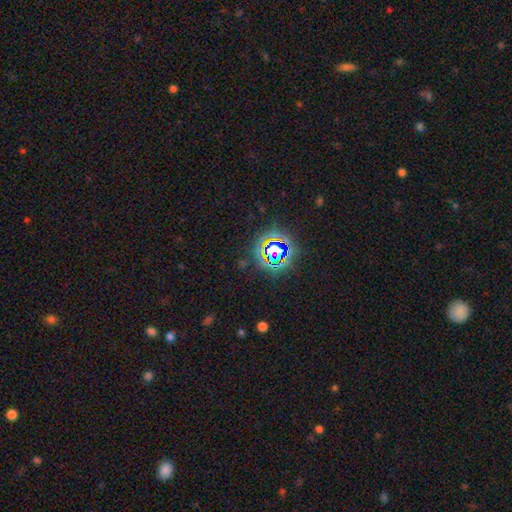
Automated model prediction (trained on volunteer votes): smooth_or_featured: star or artifact (p=0.77) [alt: smooth p=0.14]